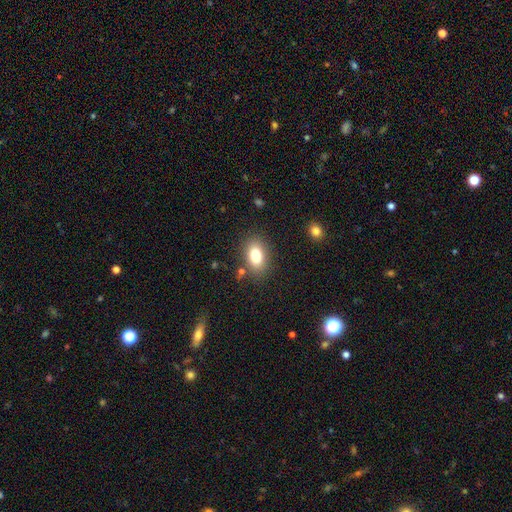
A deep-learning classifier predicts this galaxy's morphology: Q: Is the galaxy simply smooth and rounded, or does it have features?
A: smooth — 81%.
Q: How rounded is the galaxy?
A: in between — 87%.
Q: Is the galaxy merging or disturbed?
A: none — 82%.